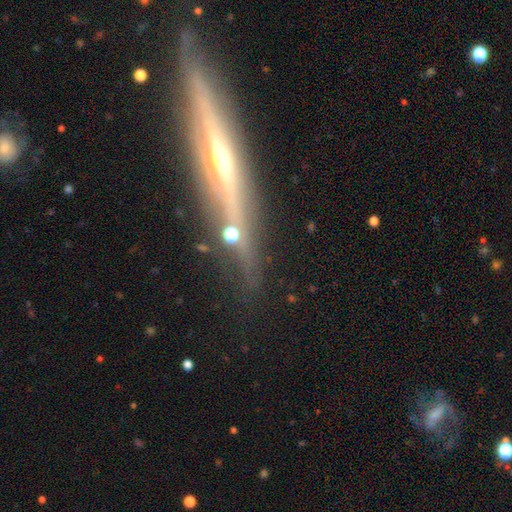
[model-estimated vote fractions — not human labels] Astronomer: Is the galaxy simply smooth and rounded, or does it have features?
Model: featured or disk — 81%.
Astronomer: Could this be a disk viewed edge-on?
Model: yes — 93%.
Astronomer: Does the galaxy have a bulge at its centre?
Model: rounded — 76%.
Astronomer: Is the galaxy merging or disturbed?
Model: none — 79%.